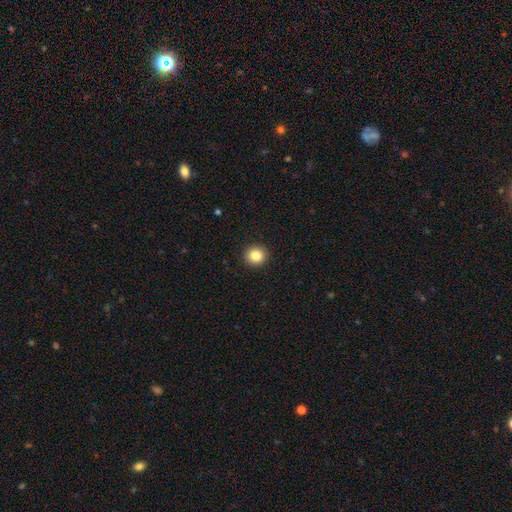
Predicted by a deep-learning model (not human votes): Morphology: type=smooth (85%); roundness=round (90%); merging=none (93%).